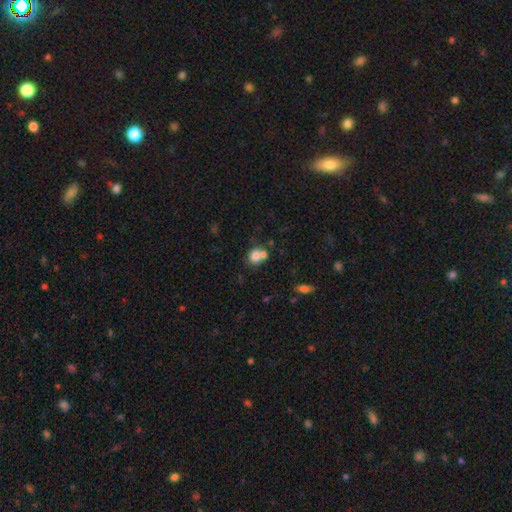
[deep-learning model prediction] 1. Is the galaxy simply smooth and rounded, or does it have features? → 76% smooth, 13% featured or disk, 11% star or artifact.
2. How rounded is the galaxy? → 72% round, 27% in between, 1% cigar-shaped.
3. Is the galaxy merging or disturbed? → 45% merger, 41% none, 9% minor disturbance, 4% major disturbance.